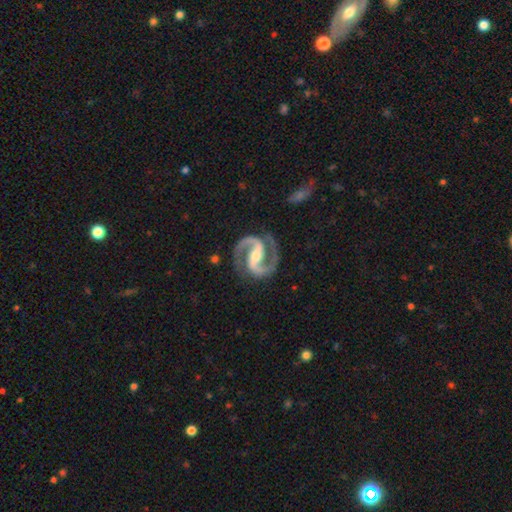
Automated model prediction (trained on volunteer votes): Overall: featured or disk (94%). Edge-on disk: no (98%). Bar: strong (61%; weak 27%). Spiral arms: yes (99%). Spiral arm count: 2 (95%). Spiral winding: medium (64%; tight 25%). Bulge size: moderate (56%; small 35%). Merging: none (84%).